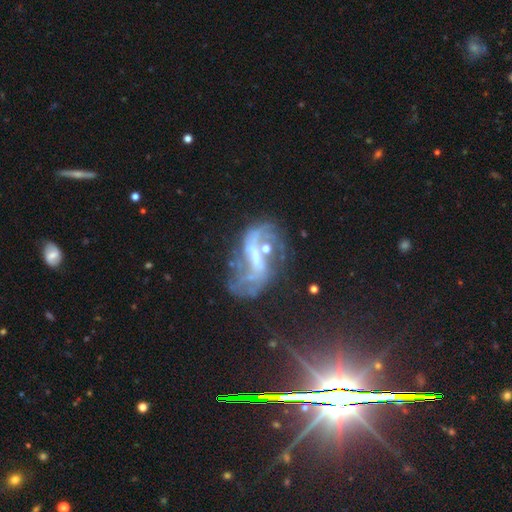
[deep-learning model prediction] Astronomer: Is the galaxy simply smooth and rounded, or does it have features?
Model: featured or disk — 75%.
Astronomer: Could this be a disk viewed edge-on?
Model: no — 95%.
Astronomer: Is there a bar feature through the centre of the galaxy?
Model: strong — 46% (runner-up: weak, 35%).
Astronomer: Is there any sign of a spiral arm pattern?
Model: yes — 71%.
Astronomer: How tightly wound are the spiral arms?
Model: loose — 63%.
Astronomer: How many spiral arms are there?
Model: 2 — 64%.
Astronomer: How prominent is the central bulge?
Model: small — 35% (runner-up: moderate, 32%).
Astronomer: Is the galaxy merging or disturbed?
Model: none — 38% (runner-up: major disturbance, 30%).